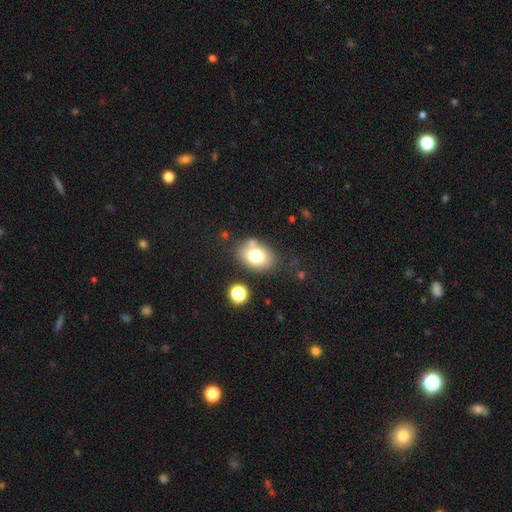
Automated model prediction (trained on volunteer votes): Smooth or featured? Predicted: smooth (p=0.76). How rounded? Predicted: in between (p=0.73). Merging? Predicted: none (p=0.71).